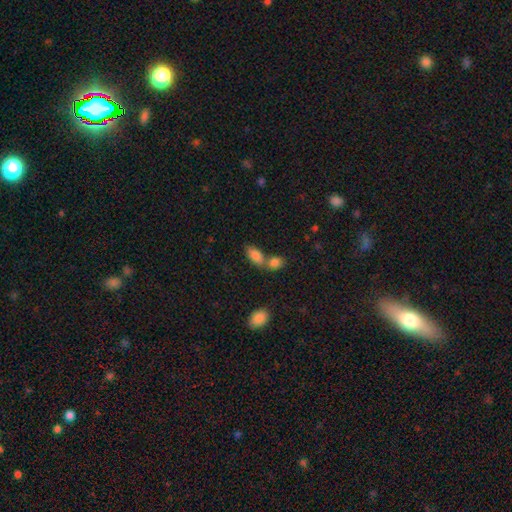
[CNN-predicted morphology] Smooth or featured: smooth — 84% (star or artifact — 8%)
How rounded: in between — 89% (cigar-shaped — 6%)
Merging: merger — 47% (none — 40%)